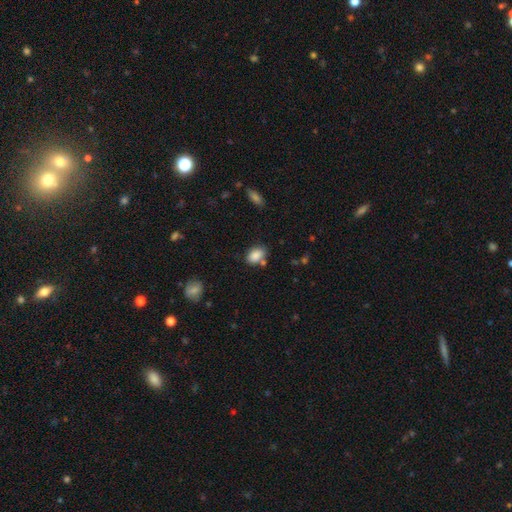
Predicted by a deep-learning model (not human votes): Smooth or featured: smooth — 87% (star or artifact — 8%)
How rounded: in between — 85% (round — 13%)
Merging: none — 71% (minor disturbance — 15%)